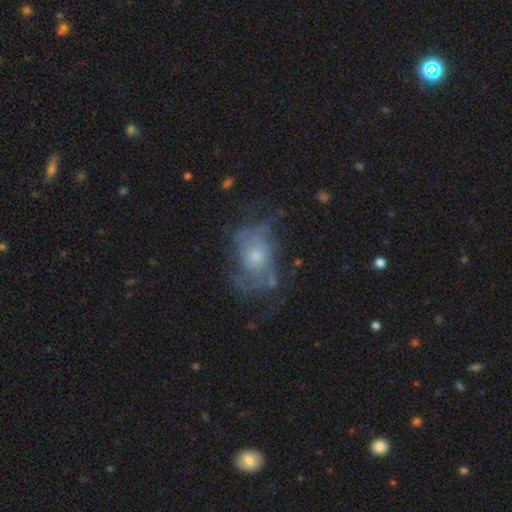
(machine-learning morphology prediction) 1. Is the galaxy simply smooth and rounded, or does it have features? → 66% featured or disk, 24% smooth, 10% star or artifact.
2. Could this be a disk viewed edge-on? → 96% no, 4% yes.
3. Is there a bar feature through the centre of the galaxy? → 80% no, 17% weak, 3% strong.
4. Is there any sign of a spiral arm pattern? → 68% yes, 32% no.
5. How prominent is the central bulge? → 48% moderate, 38% small, 8% large, 5% none, 1% dominant.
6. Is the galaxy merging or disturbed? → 51% none, 24% major disturbance, 23% minor disturbance, 2% merger.